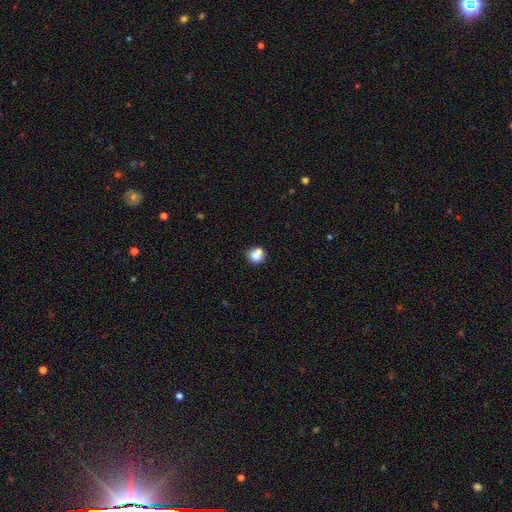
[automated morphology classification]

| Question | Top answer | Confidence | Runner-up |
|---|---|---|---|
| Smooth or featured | smooth | 77% | featured or disk (13%) |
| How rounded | round | 82% | in between (17%) |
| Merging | none | 53% | merger (32%) |